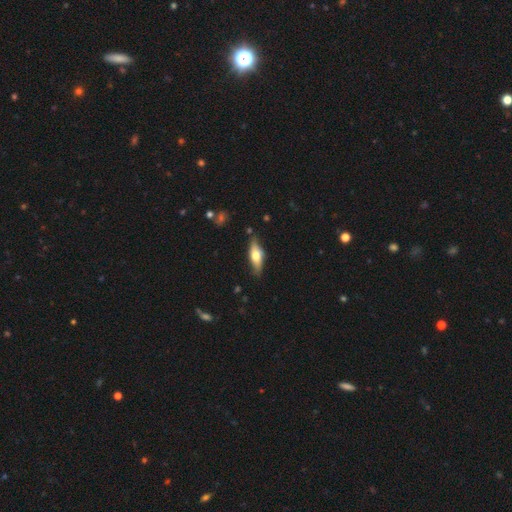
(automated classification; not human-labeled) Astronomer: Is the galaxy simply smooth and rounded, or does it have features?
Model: smooth — 53% (runner-up: featured or disk, 41%).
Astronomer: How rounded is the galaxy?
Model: in between — 58% (runner-up: cigar-shaped, 39%).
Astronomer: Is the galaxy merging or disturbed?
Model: none — 78%.